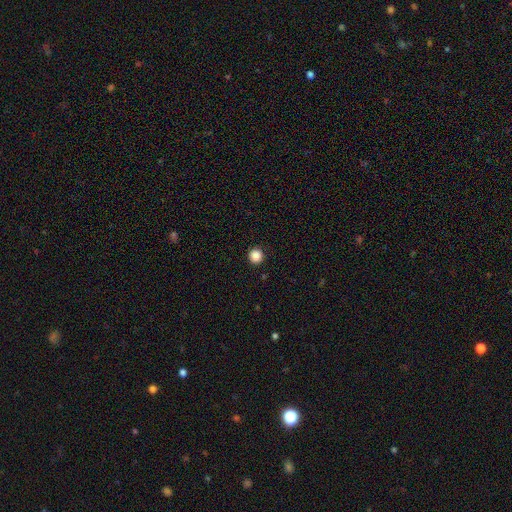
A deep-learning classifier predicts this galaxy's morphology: Smooth or featured?
  - smooth: 87% *
  - star or artifact: 11%
  - featured or disk: 2%
How rounded?
  - round: 96% *
  - in between: 3%
  - cigar-shaped: 1%
Merging?
  - none: 93% *
  - minor disturbance: 5%
  - major disturbance: 2%
  - merger: 1%